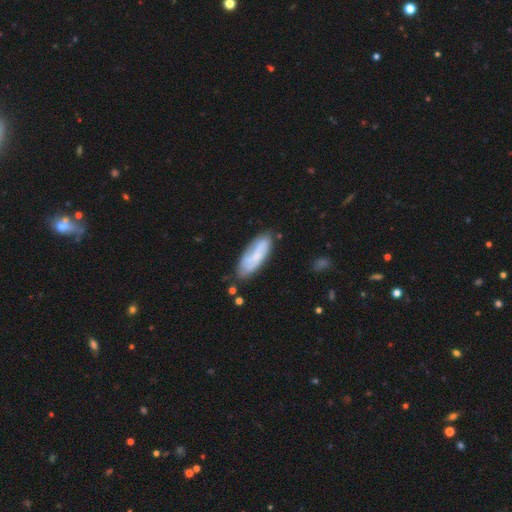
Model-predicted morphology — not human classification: This is possibly a smooth galaxy (59%). How rounded: possibly in between (59%). Merging: likely none (70%).